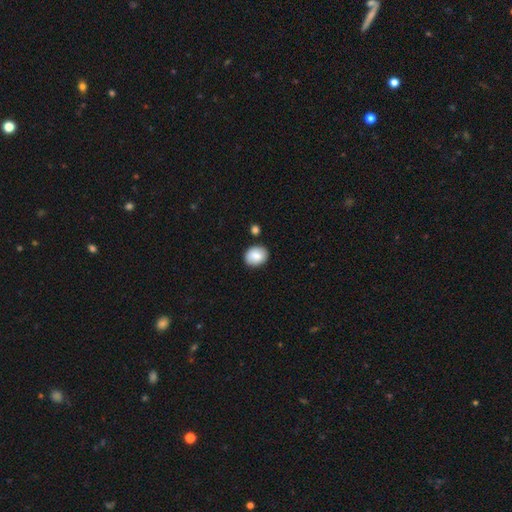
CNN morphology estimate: This is clearly a smooth galaxy (86%). How rounded: possibly round (57%). Merging: clearly none (85%).